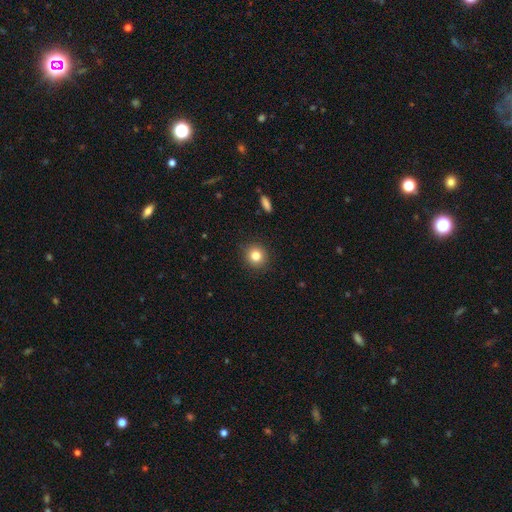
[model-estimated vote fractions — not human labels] Smooth or featured?
  - smooth: 82% *
  - star or artifact: 11%
  - featured or disk: 7%
How rounded?
  - round: 90% *
  - in between: 10%
  - cigar-shaped: 1%
Merging?
  - none: 91% *
  - minor disturbance: 6%
  - major disturbance: 2%
  - merger: 1%